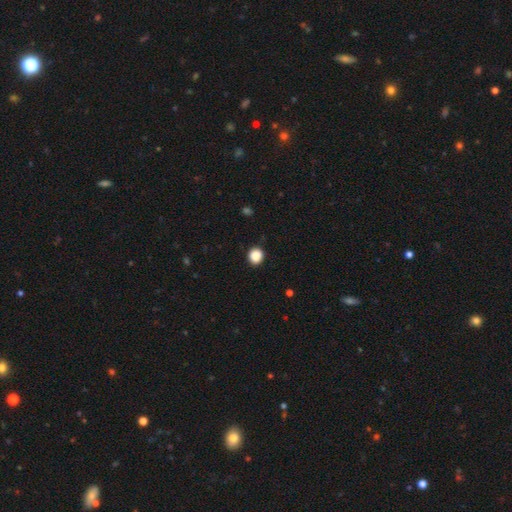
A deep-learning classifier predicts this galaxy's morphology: Smooth or featured? Predicted: smooth (p=0.88). How rounded? Predicted: round (p=0.86). Merging? Predicted: none (p=0.90).